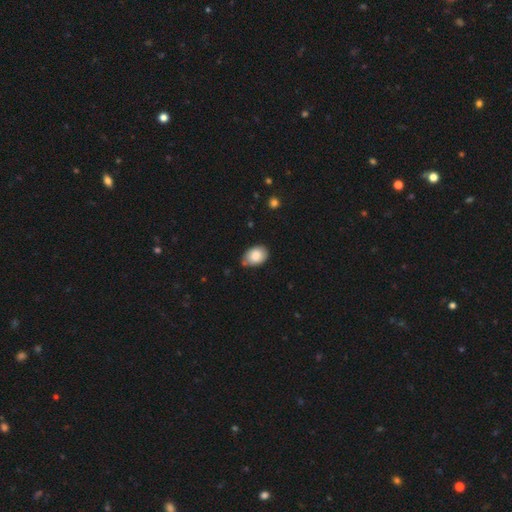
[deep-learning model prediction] Q: Smooth or featured?
A: smooth (86%); runner-up: featured or disk (7%)
Q: How rounded?
A: in between (79%); runner-up: round (20%)
Q: Merging?
A: none (63%); runner-up: minor disturbance (30%)